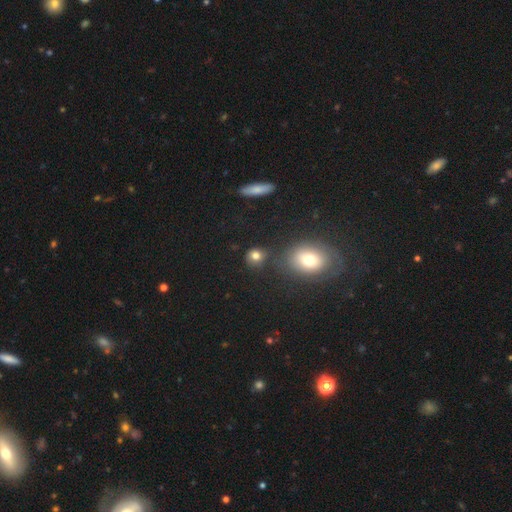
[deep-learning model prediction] smooth 78%, star or artifact 14%, featured or disk 8%. Down the decision tree: how rounded — round (80%); merging — none (73%).